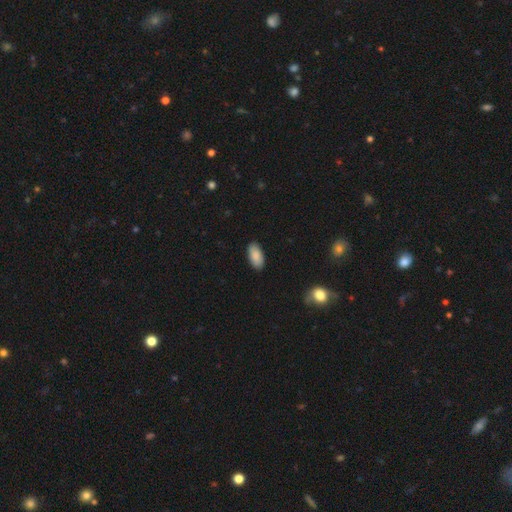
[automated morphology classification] Smooth or featured? Predicted: smooth (p=0.89). How rounded? Predicted: in between (p=0.94). Merging? Predicted: none (p=0.88).